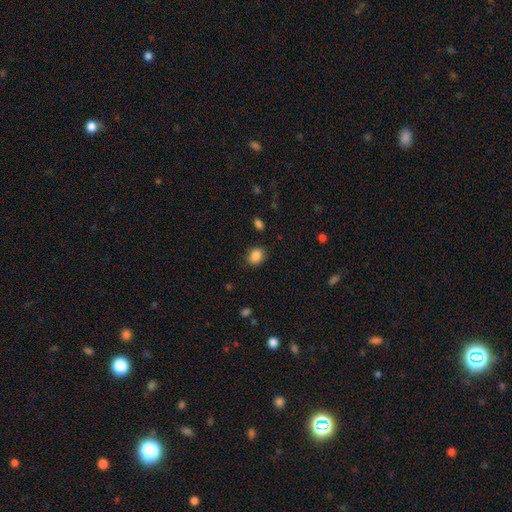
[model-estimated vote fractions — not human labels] smooth 87%, star or artifact 9%, featured or disk 4%. Down the decision tree: how rounded — in between (51%); merging — none (86%).